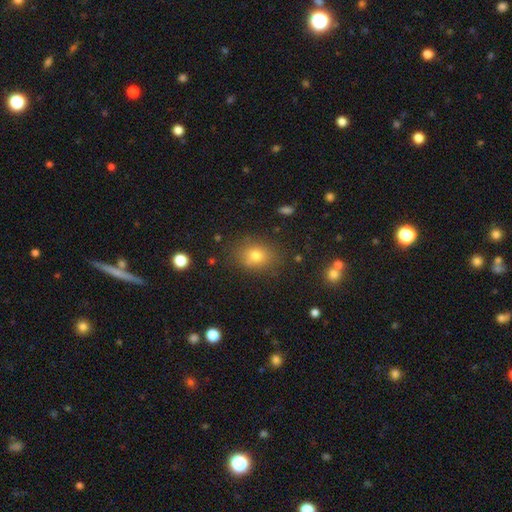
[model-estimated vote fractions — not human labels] The model was most divided on "how rounded": in between: 50%, round: 49%, cigar-shaped: 1%. More confident: merging — none (80%); smooth or featured — smooth (76%).